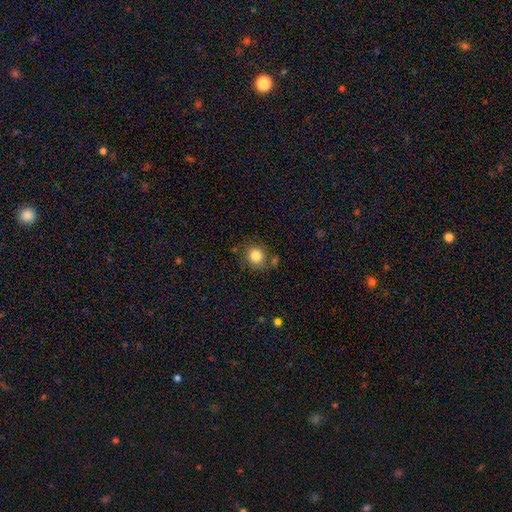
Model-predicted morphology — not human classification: smooth 83%, star or artifact 10%, featured or disk 7%. Down the decision tree: how rounded — round (86%); merging — none (77%).